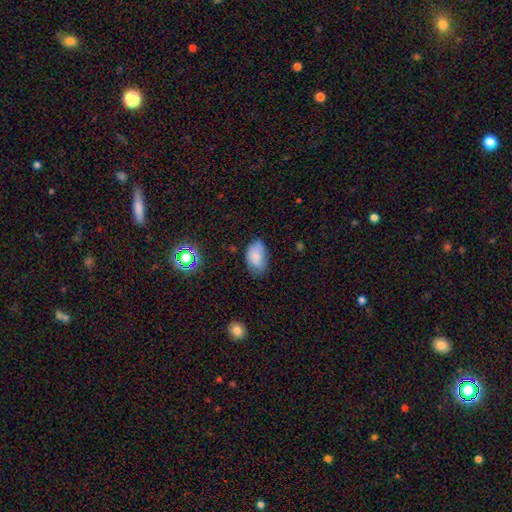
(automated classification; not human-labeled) A smooth galaxy with no disk features (81%) that is in between round and cigar-shaped (92%).

Vote fractions:
- Smooth or featured? smooth: 81% / featured or disk: 10% / star or artifact: 9%
- How rounded? in between: 92% / round: 7% / cigar-shaped: 1%
- Merging? none: 62% / minor disturbance: 30% / major disturbance: 7% / merger: 2%